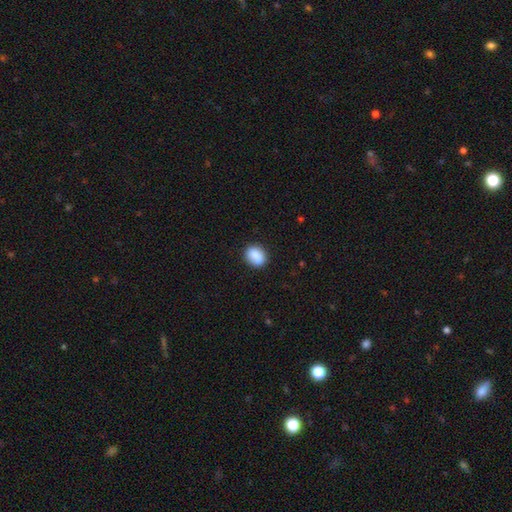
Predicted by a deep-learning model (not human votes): Smooth or featured?
  - smooth: 88% *
  - star or artifact: 7%
  - featured or disk: 5%
How rounded?
  - round: 51% *
  - in between: 48%
  - cigar-shaped: 1%
Merging?
  - none: 86% *
  - minor disturbance: 10%
  - major disturbance: 2%
  - merger: 1%